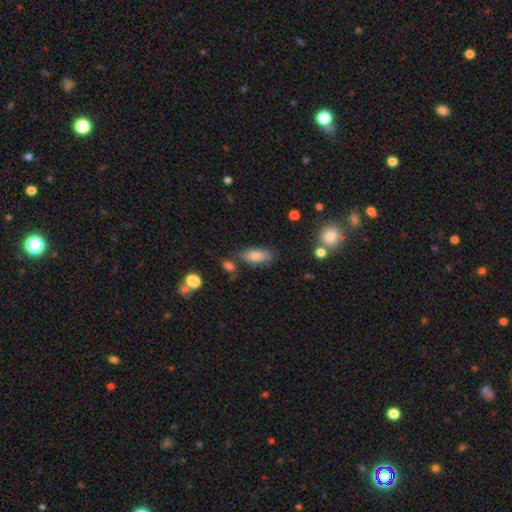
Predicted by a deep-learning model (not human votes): This appears to be a smooth galaxy with no disk features (79%) that is in between round and cigar-shaped (81%). Merging: none (72%).